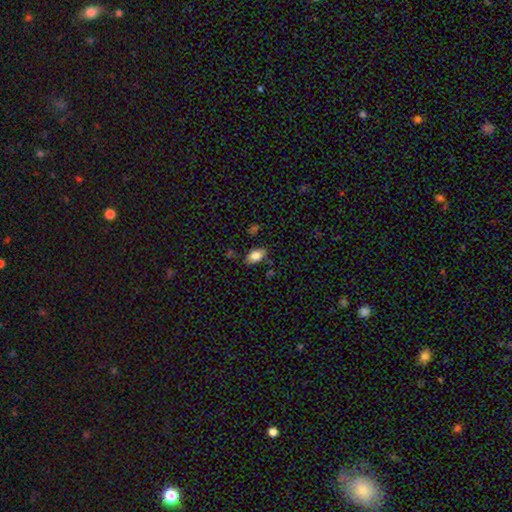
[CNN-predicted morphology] This appears to be a smooth galaxy with no disk features (82%) that is in between round and cigar-shaped (91%). Merging: none (79%).